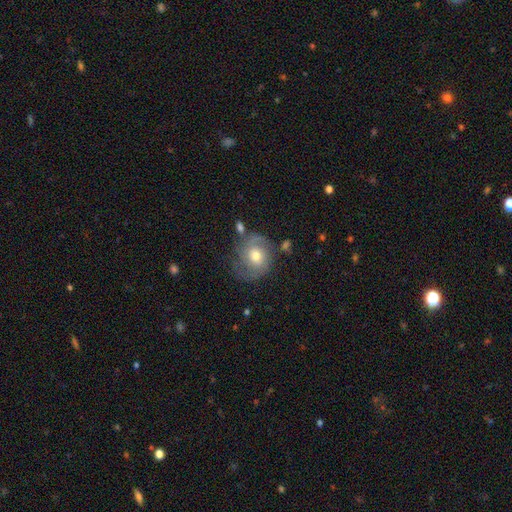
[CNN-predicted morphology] This appears to be a featured or disk galaxy (58%) with no bar (72%), spiral arms (83%) and a moderate central bulge (72%). Merging: none (57%).